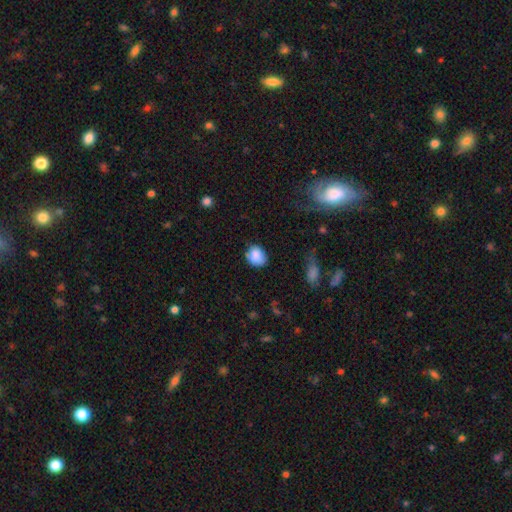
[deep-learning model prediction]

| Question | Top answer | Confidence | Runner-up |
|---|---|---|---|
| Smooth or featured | smooth | 86% | star or artifact (8%) |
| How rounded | round | 59% | in between (40%) |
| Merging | none | 66% | minor disturbance (25%) |